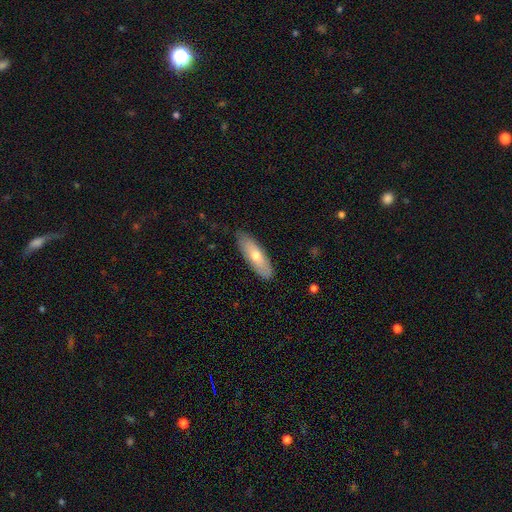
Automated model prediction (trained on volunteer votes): Smooth or featured?
  - smooth: 64% *
  - featured or disk: 30%
  - star or artifact: 6%
How rounded?
  - in between: 54% *
  - cigar-shaped: 44%
  - round: 2%
Merging?
  - none: 82% *
  - minor disturbance: 14%
  - major disturbance: 2%
  - merger: 1%